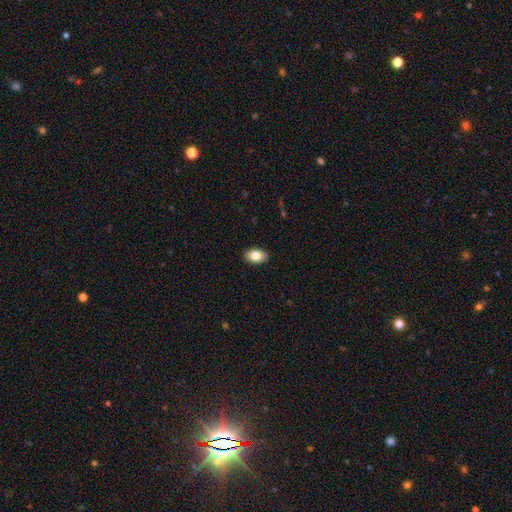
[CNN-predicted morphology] Smooth or featured? Predicted: smooth (p=0.84). How rounded? Predicted: in between (p=0.87). Merging? Predicted: none (p=0.90).